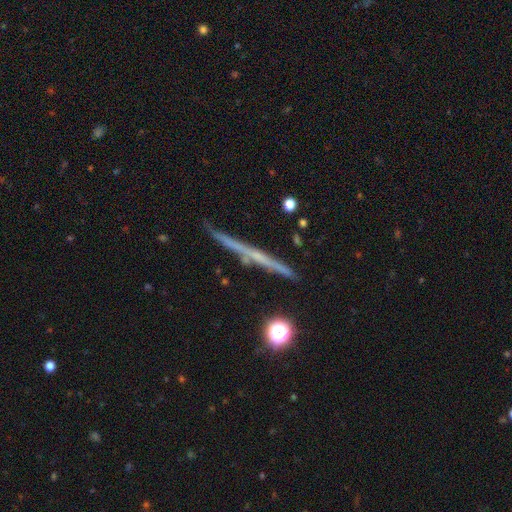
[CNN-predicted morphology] Smooth or featured: featured or disk — 64% (smooth — 27%)
Edge-on disk: yes — 97% (no — 3%)
Edge-on bulge: none — 77% (rounded — 18%)
Merging: none — 86% (minor disturbance — 9%)